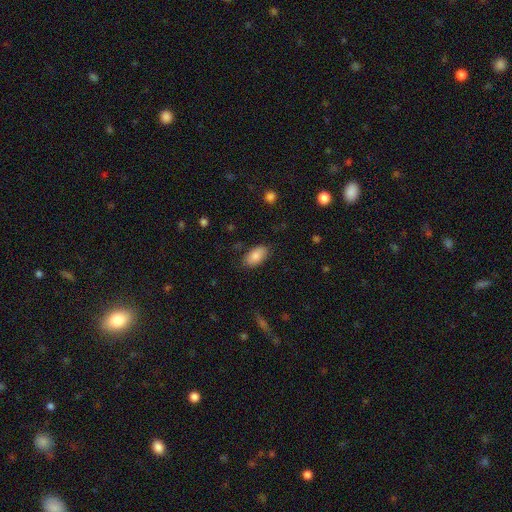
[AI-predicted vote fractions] Morphology: type=smooth (83%); roundness=in between (94%); merging=none (81%).